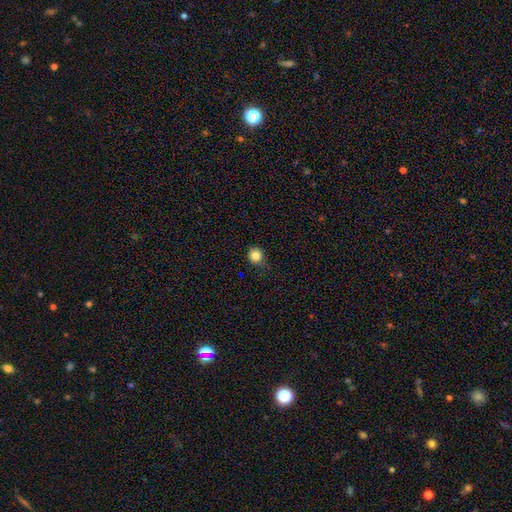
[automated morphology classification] The model was most divided on "merging": none: 79%, minor disturbance: 17%, major disturbance: 3%, merger: 1%. More confident: how rounded — round (87%); smooth or featured — smooth (82%).